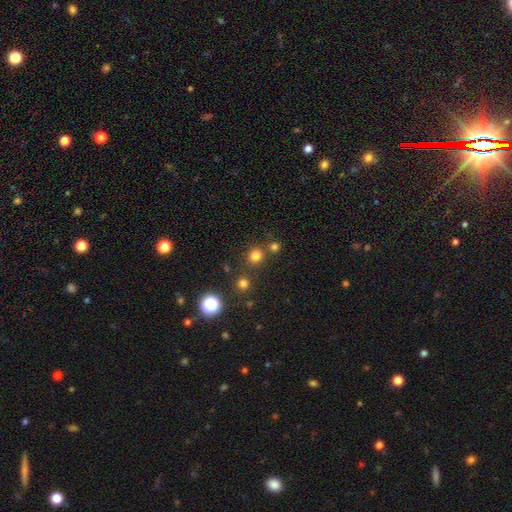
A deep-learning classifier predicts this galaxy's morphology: smooth_or_featured: smooth (p=0.76) [alt: star or artifact p=0.19]
how_rounded: round (p=0.88) [alt: in between p=0.11]
merging: none (p=0.76) [alt: merger p=0.14]